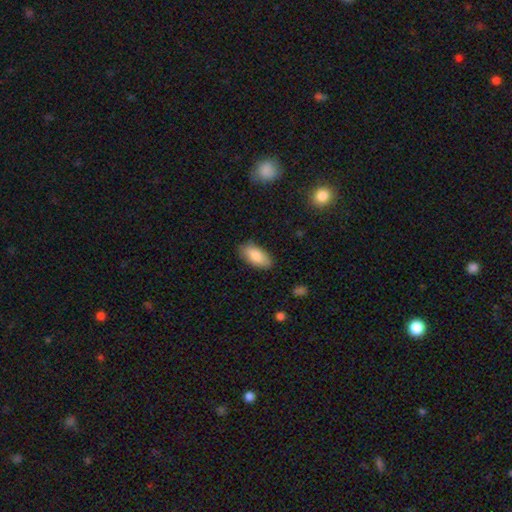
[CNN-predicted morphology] A smooth galaxy with no disk features (86%) that is in between round and cigar-shaped (91%). Merging: none (83%).